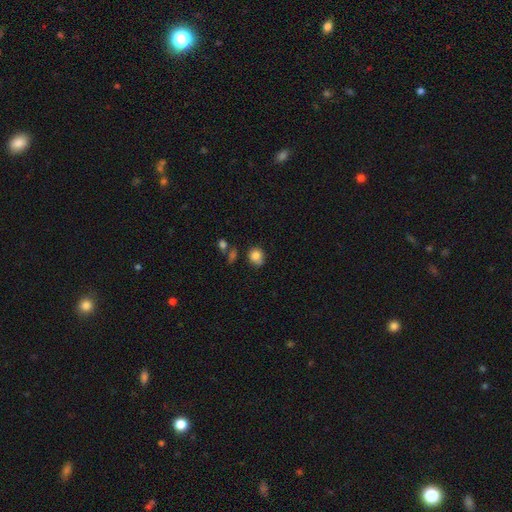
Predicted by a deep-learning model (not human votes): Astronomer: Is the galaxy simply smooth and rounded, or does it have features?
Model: smooth — 83%.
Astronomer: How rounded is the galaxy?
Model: round — 75%.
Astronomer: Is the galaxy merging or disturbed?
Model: none — 61%.